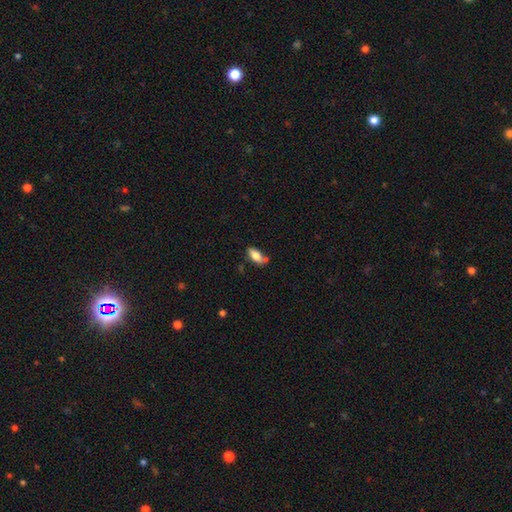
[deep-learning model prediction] smooth_or_featured: smooth (p=0.75) [alt: featured or disk p=0.18]
how_rounded: in between (p=0.86) [alt: cigar-shaped p=0.11]
merging: none (p=0.55) [alt: minor disturbance p=0.25]